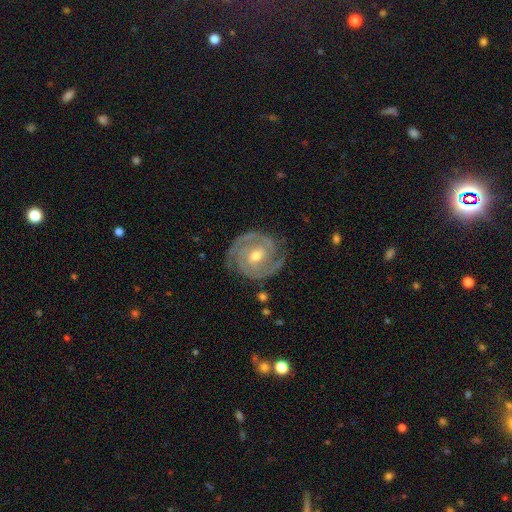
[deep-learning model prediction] Smooth or featured?
  - featured or disk: 91% *
  - star or artifact: 4%
  - smooth: 4%
Edge-on disk?
  - no: 98% *
  - yes: 2%
Bar?
  - no: 46% *
  - weak: 38%
  - strong: 16%
Spiral arms?
  - yes: 98% *
  - no: 2%
Spiral winding?
  - tight: 72% *
  - medium: 24%
  - loose: 3%
Spiral arm count?
  - 2: 73% *
  - 3: 13%
  - can't tell: 6%
  - 4: 3%
  - 1: 2%
  - more than 4: 2%
Bulge size?
  - moderate: 62% *
  - small: 35%
  - large: 2%
  - none: 1%
  - dominant: 1%
Merging?
  - none: 83% *
  - minor disturbance: 13%
  - major disturbance: 3%
  - merger: 1%